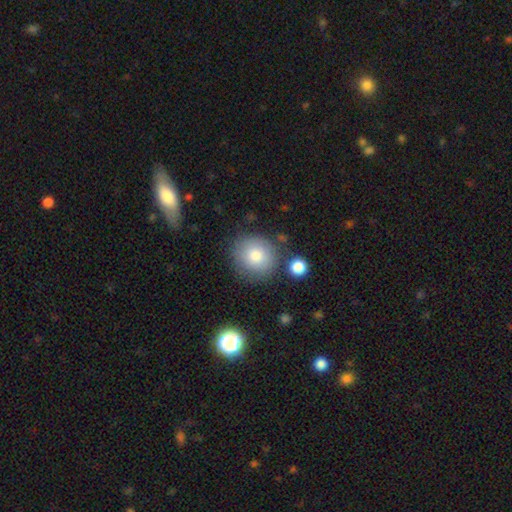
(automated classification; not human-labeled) A smooth galaxy with no disk features (81%) that is round (88%). Merging: none (78%).